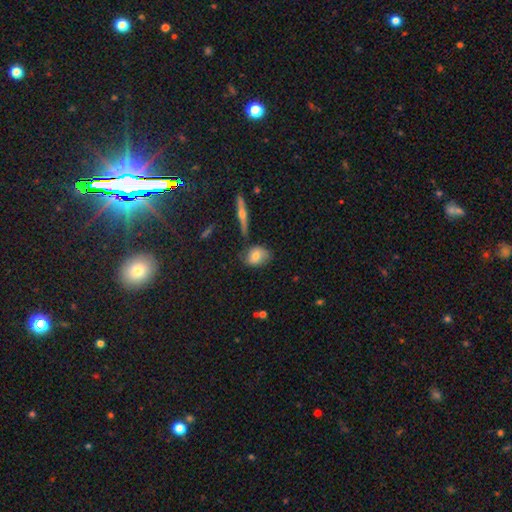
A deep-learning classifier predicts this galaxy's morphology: The model was most divided on "how rounded": in between: 61%, round: 35%, cigar-shaped: 3%. More confident: smooth or featured — smooth (68%); merging — none (68%).